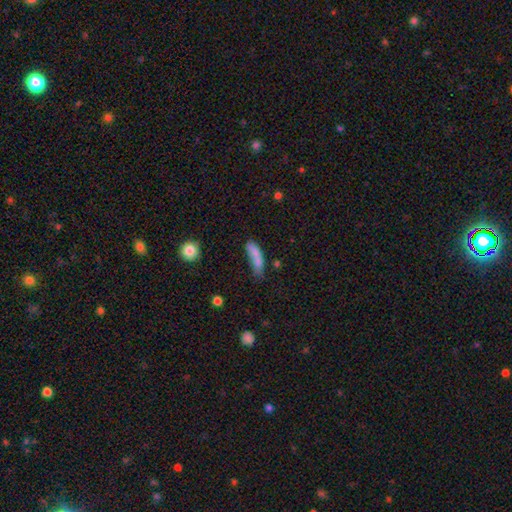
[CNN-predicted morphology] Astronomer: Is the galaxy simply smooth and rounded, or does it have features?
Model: smooth — 73%.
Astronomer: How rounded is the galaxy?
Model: cigar-shaped — 57% (runner-up: in between, 40%).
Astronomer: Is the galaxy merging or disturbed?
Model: none — 37% (runner-up: minor disturbance, 28%).